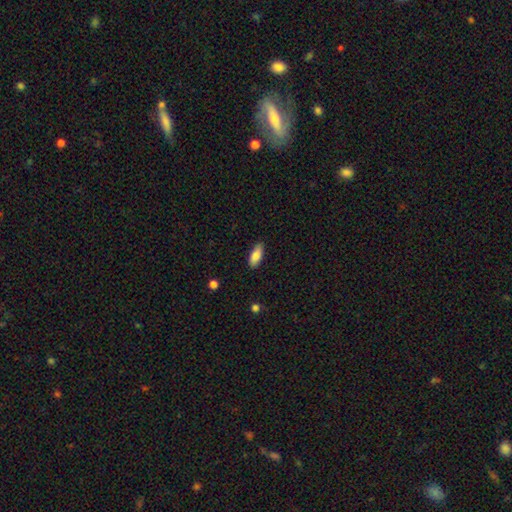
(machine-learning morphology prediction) Smooth or featured?
  - smooth: 83% *
  - featured or disk: 10%
  - star or artifact: 7%
How rounded?
  - in between: 81% *
  - cigar-shaped: 17%
  - round: 2%
Merging?
  - none: 84% *
  - minor disturbance: 13%
  - major disturbance: 2%
  - merger: 1%